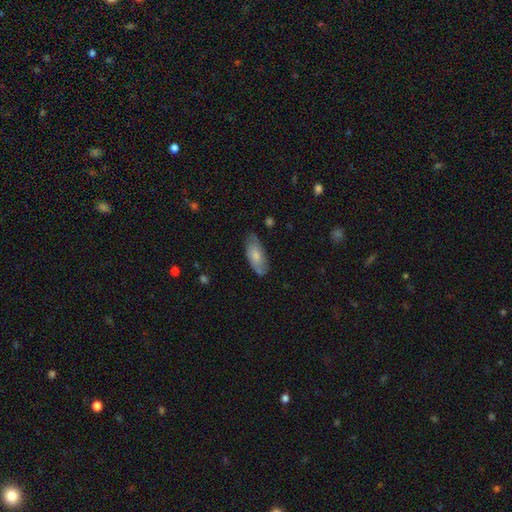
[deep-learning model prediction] smooth-or-featured: smooth: 66% | featured or disk: 28% | star or artifact: 6%
  how-rounded: in between: 85% | cigar-shaped: 13% | round: 2%
  merging: none: 72% | minor disturbance: 22% | major disturbance: 4% | merger: 2%